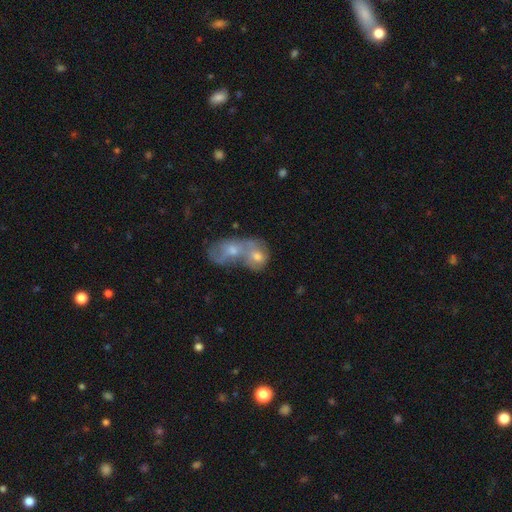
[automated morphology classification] A smooth galaxy with no disk features (49%).

Vote fractions:
- Smooth or featured? smooth: 49% / featured or disk: 39% / star or artifact: 12%
- Merging? merger: 75% / none: 15% / minor disturbance: 5% / major disturbance: 4%